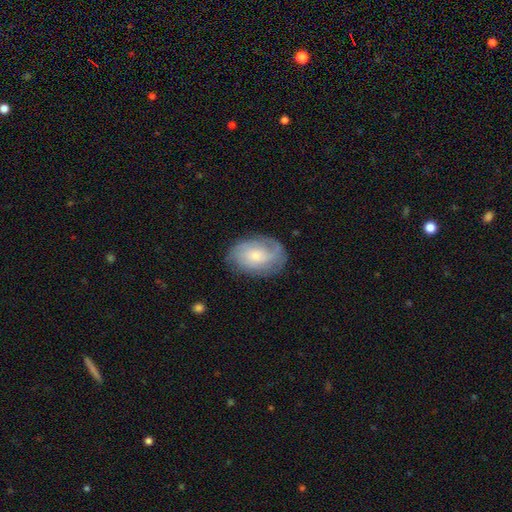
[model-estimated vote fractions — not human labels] featured or disk 53%, smooth 40%, star or artifact 7%. Down the decision tree: edge-on disk — no (96%); bar — no (73%); spiral arms — yes (82%); bulge size — small (53%); merging — none (73%).